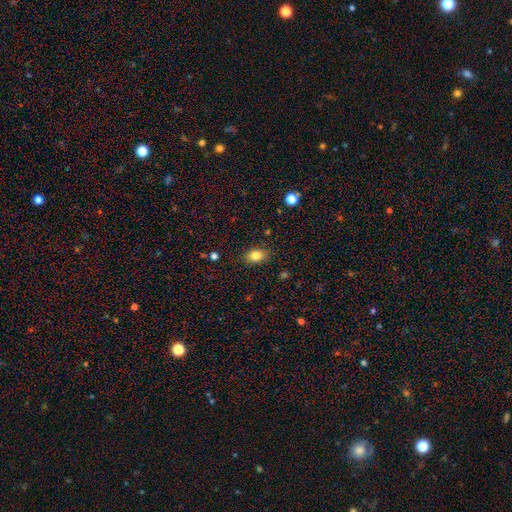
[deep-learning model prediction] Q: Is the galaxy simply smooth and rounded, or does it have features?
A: smooth — 84%.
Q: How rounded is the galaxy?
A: in between — 78%.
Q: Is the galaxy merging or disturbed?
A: none — 86%.